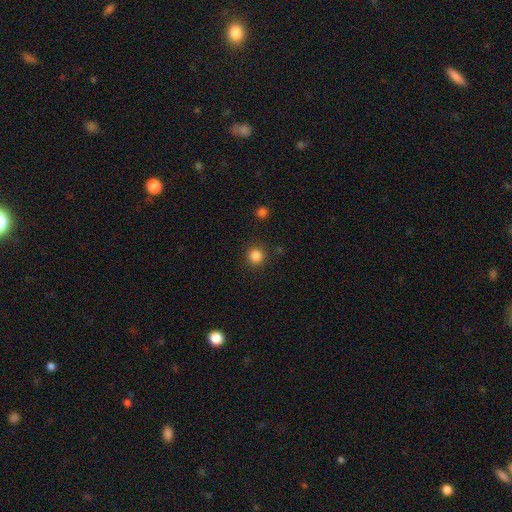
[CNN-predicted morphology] Q: Smooth or featured?
A: smooth (84%); runner-up: star or artifact (12%)
Q: How rounded?
A: round (94%); runner-up: in between (5%)
Q: Merging?
A: none (90%); runner-up: minor disturbance (6%)